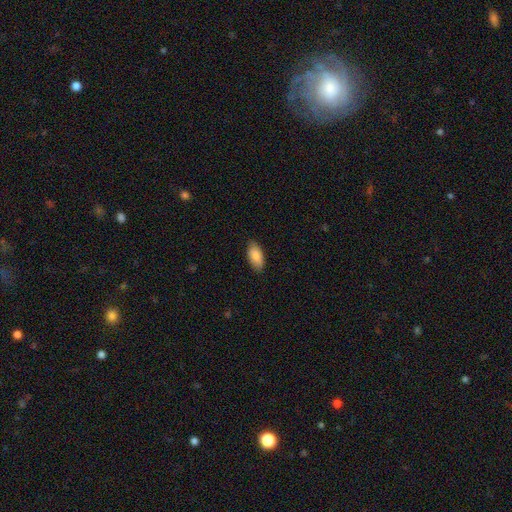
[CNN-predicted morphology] Smooth or featured: smooth — 87% (featured or disk — 7%)
How rounded: in between — 91% (cigar-shaped — 6%)
Merging: none — 84% (minor disturbance — 12%)